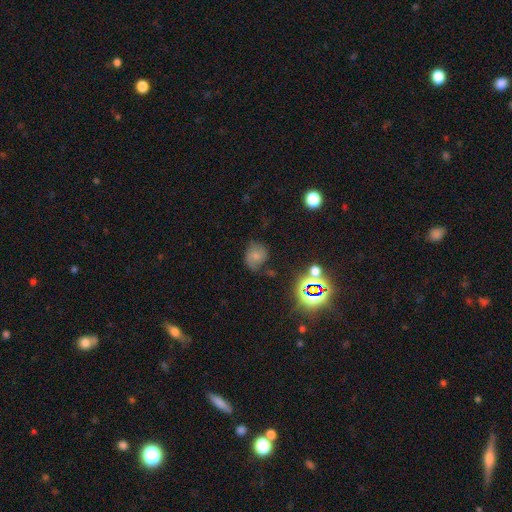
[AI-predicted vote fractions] Overall: smooth (52%; featured or disk 27%). How rounded: round (64%; in between 35%). Merging: none (58%; minor disturbance 26%).